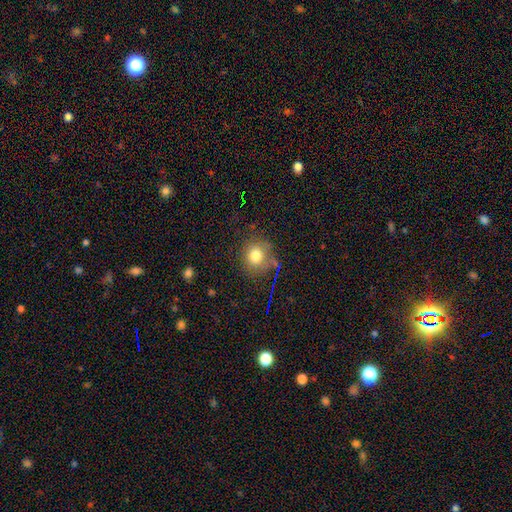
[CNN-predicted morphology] smooth-or-featured: smooth: 78% | star or artifact: 14% | featured or disk: 9%
  how-rounded: round: 85% | in between: 14% | cigar-shaped: 1%
  merging: none: 72% | minor disturbance: 16% | major disturbance: 7% | merger: 5%